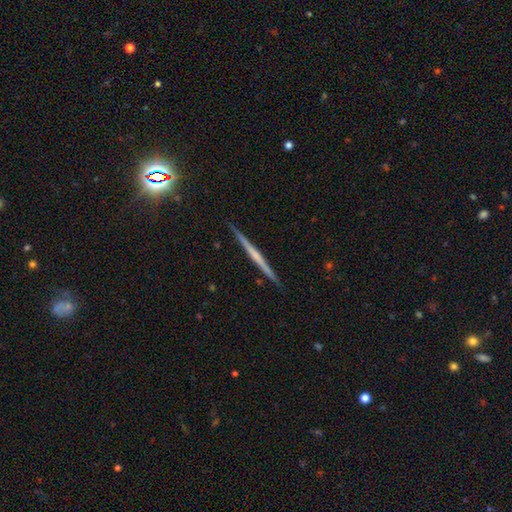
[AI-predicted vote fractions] smooth_or_featured: featured or disk (p=0.68) [alt: smooth p=0.25]
disk_edge_on: yes (p=0.98) [alt: no p=0.02]
edge_on_bulge: none (p=0.70) [alt: rounded p=0.23]
merging: none (p=0.92) [alt: minor disturbance p=0.06]